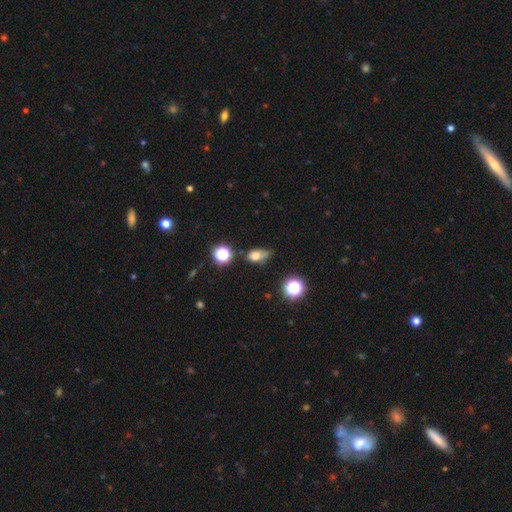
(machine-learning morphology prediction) Smooth or featured?
  - smooth: 73% *
  - star or artifact: 14%
  - featured or disk: 13%
How rounded?
  - in between: 77% *
  - round: 19%
  - cigar-shaped: 4%
Merging?
  - none: 46% *
  - minor disturbance: 37%
  - major disturbance: 11%
  - merger: 6%